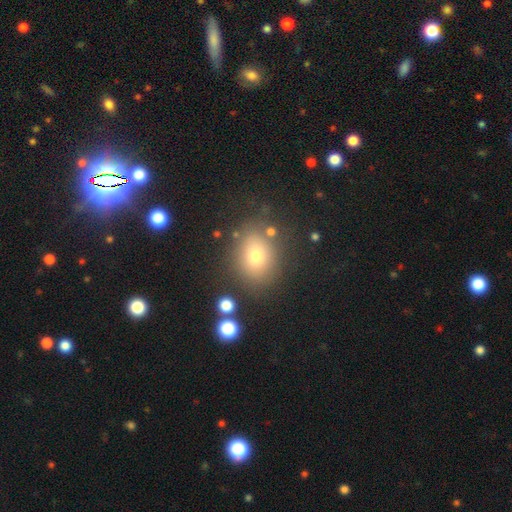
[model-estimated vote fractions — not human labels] A smooth galaxy with no disk features (73%) that is round (55%). Merging: none (78%).